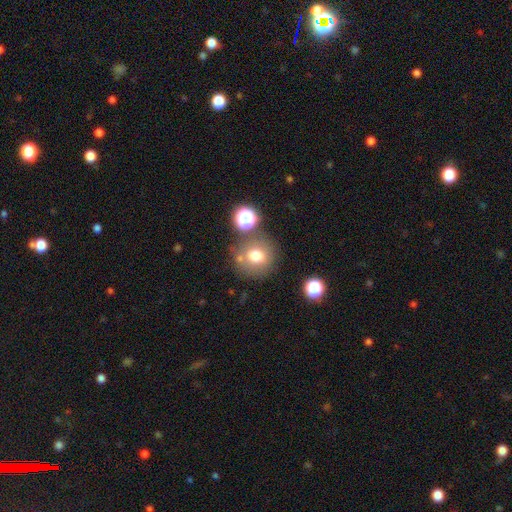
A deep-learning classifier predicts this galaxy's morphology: smooth 73%, star or artifact 14%, featured or disk 13%. Down the decision tree: how rounded — round (88%); merging — none (72%).